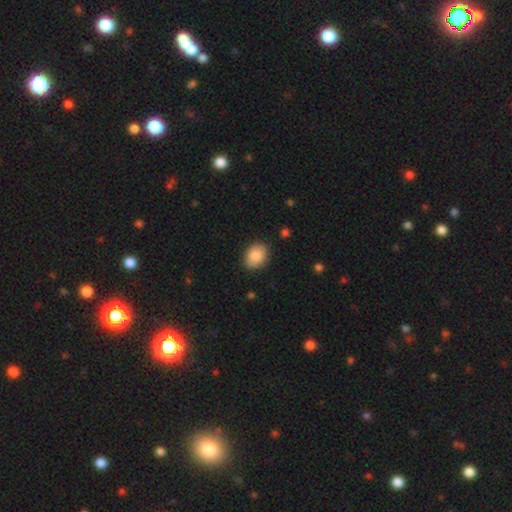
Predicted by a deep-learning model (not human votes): smooth-or-featured: smooth: 88% | star or artifact: 7% | featured or disk: 6%
  how-rounded: in between: 65% | round: 34% | cigar-shaped: 1%
  merging: none: 85% | minor disturbance: 12% | major disturbance: 2% | merger: 1%